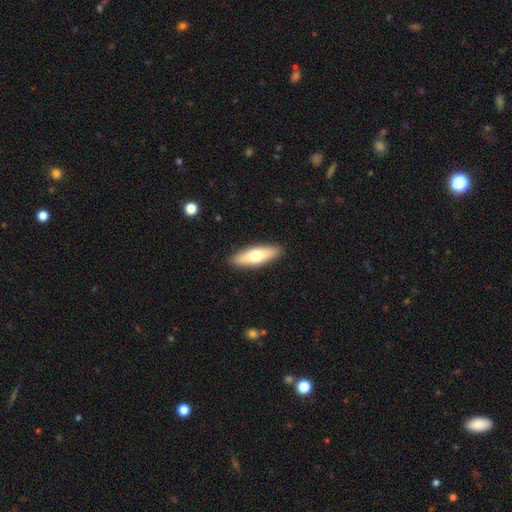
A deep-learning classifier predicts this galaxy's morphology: Q: Smooth or featured?
A: smooth (63%); runner-up: featured or disk (31%)
Q: How rounded?
A: cigar-shaped (50%); runner-up: in between (48%)
Q: Merging?
A: none (90%); runner-up: minor disturbance (7%)